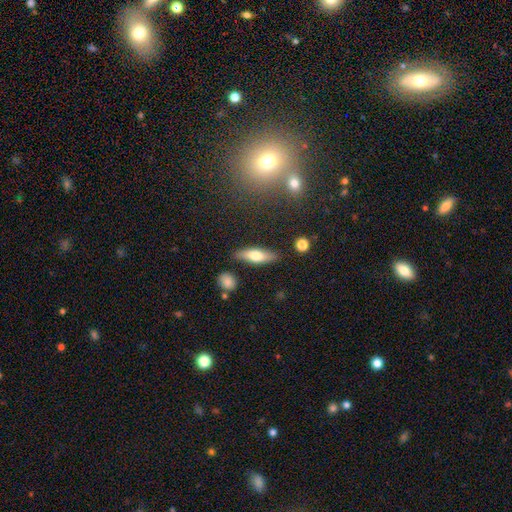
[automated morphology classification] Smooth or featured? smooth (64%)
How rounded? in between (50%)
Merging? none (82%)